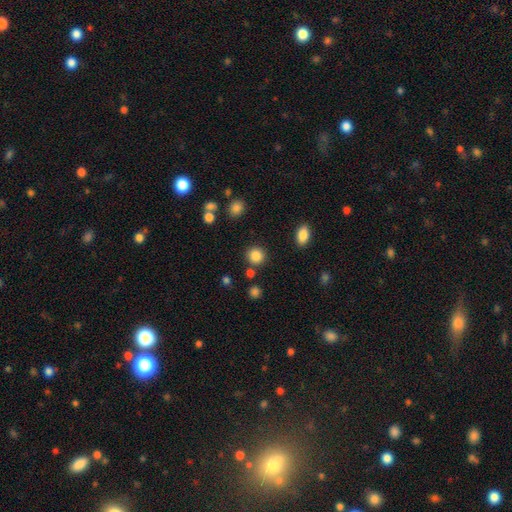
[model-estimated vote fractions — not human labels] Q: Smooth or featured?
A: smooth (86%); runner-up: star or artifact (10%)
Q: How rounded?
A: round (90%); runner-up: in between (9%)
Q: Merging?
A: none (85%); runner-up: minor disturbance (7%)